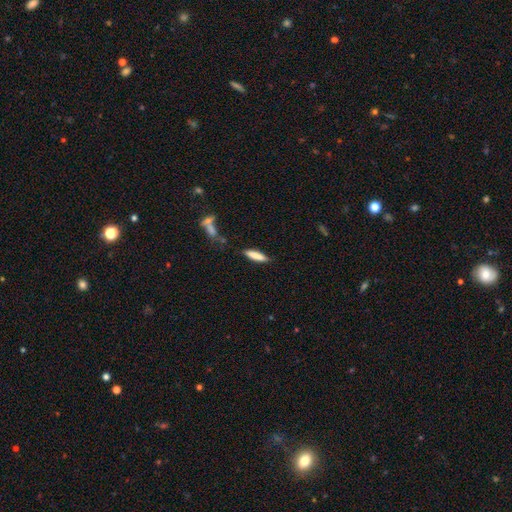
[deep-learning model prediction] smooth_or_featured: smooth (p=0.83) [alt: featured or disk p=0.11]
how_rounded: cigar-shaped (p=0.73) [alt: in between p=0.25]
merging: none (p=0.82) [alt: minor disturbance p=0.11]